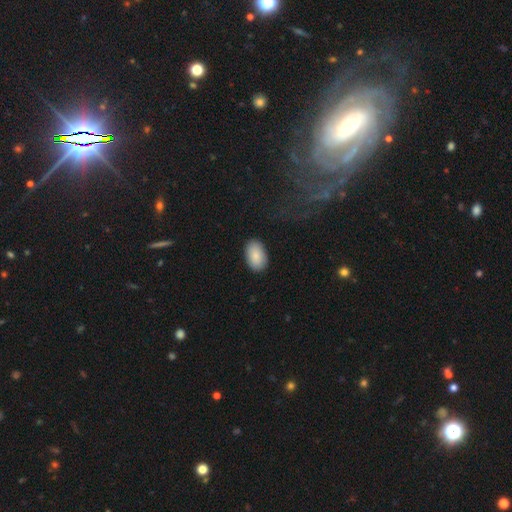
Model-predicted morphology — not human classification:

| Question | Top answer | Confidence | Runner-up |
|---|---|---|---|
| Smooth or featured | smooth | 88% | star or artifact (6%) |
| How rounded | in between | 93% | round (6%) |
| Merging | none | 87% | minor disturbance (10%) |